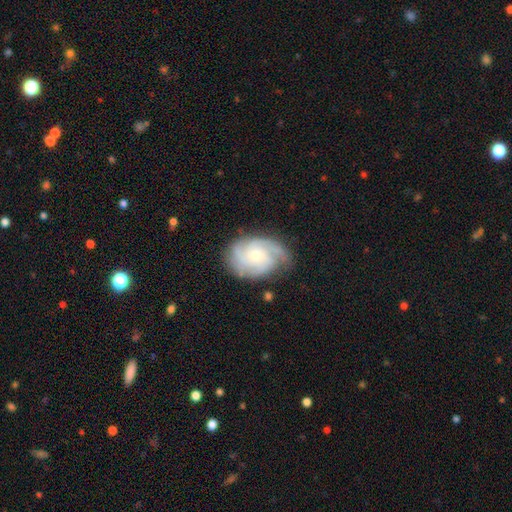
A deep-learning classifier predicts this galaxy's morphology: This appears to be a featured or disk galaxy (85%) with no bar (72%), 3 (46%) tight (58%) spiral arms (97%) and a small central bulge (52%). Merging: none (74%).